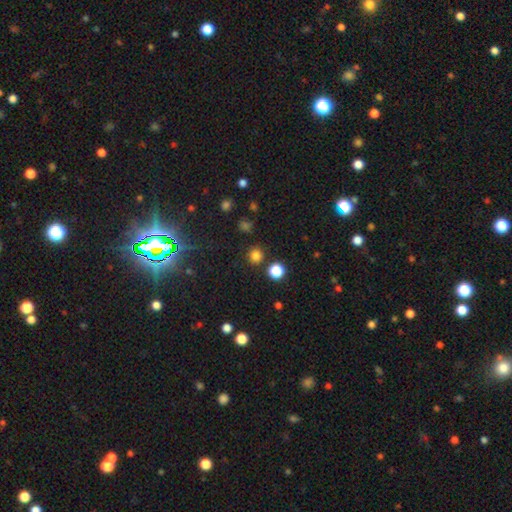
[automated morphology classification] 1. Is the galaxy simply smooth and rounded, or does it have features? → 77% smooth, 18% star or artifact, 4% featured or disk.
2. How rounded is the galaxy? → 93% round, 6% in between, 1% cigar-shaped.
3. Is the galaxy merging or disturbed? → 87% none, 6% minor disturbance, 4% merger, 3% major disturbance.